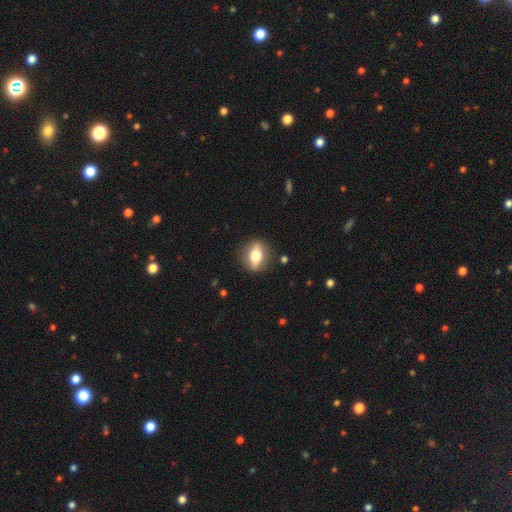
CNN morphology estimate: A smooth galaxy with no disk features (63%) that is in between round and cigar-shaped (59%). Merging: none (85%).